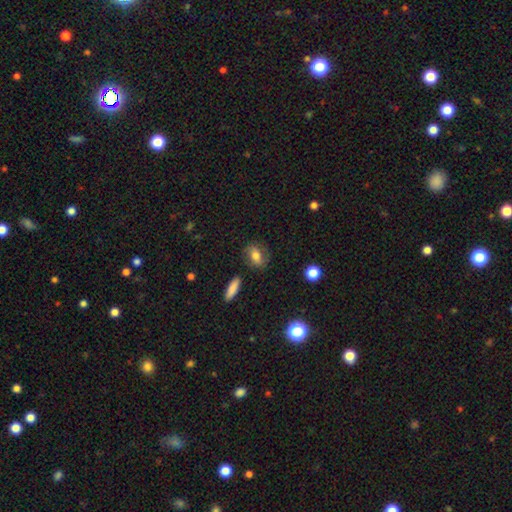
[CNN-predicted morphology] A smooth galaxy with no disk features (66%) that is in between round and cigar-shaped (70%). Merging: none (77%).